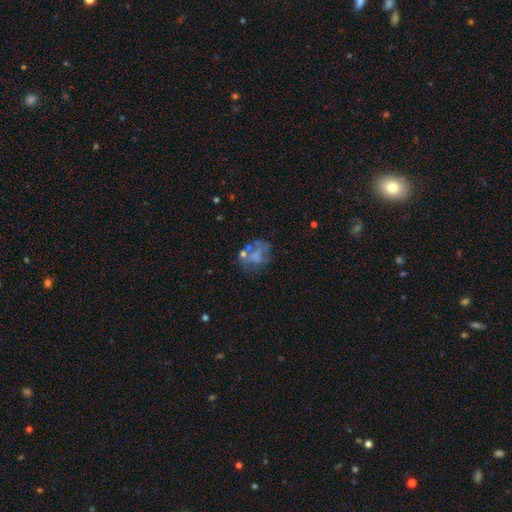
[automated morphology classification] smooth-or-featured: featured or disk: 51% | smooth: 34% | star or artifact: 14%
  disk-edge-on: no: 98% | yes: 2%
    bar: no: 85% | weak: 12% | strong: 3%
    has-spiral-arms: no: 84% | yes: 16%
    bulge-size: none: 66% | moderate: 16% | small: 13% | large: 4% | dominant: 1%
  merging: none: 43% | major disturbance: 25% | minor disturbance: 20% | merger: 12%